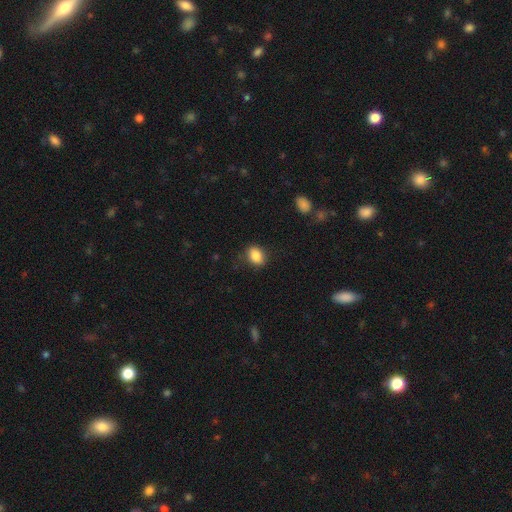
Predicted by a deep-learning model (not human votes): A smooth galaxy with no disk features (85%) that is in between round and cigar-shaped (64%).

Vote fractions:
- Smooth or featured? smooth: 85% / star or artifact: 9% / featured or disk: 6%
- How rounded? in between: 64% / round: 35% / cigar-shaped: 1%
- Merging? none: 79% / minor disturbance: 15% / major disturbance: 4% / merger: 1%